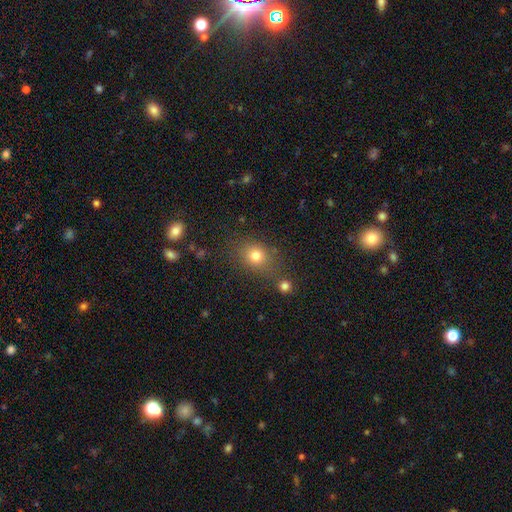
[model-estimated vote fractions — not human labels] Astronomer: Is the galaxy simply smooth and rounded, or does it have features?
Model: smooth — 77%.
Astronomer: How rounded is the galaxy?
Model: round — 59% (runner-up: in between, 40%).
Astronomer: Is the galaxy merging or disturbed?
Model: none — 72%.